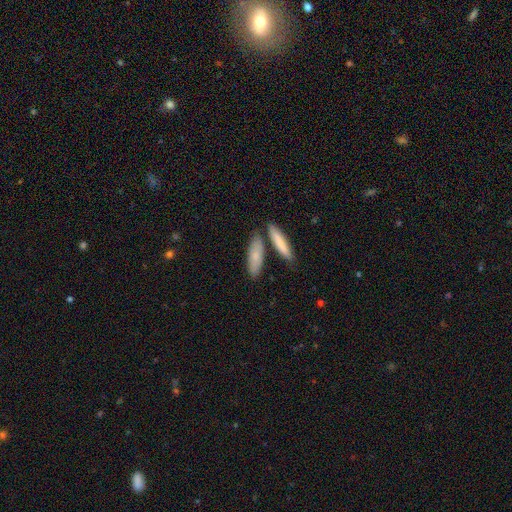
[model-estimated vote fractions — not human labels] This is likely a smooth galaxy (77%). How rounded: likely cigar-shaped (61%). Merging: likely none (70%).